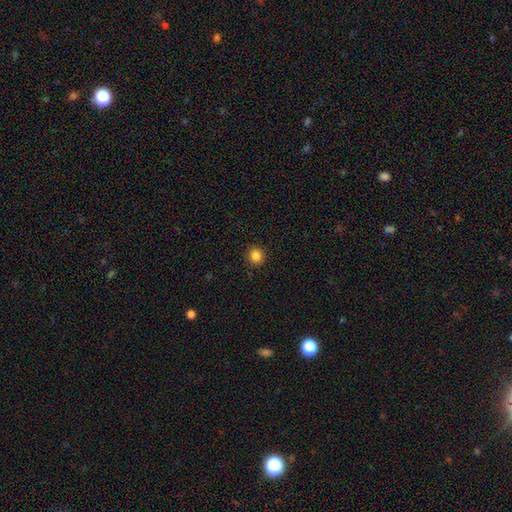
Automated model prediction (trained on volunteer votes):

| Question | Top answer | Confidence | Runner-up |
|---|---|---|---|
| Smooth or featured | smooth | 85% | star or artifact (11%) |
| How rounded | round | 88% | in between (11%) |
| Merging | none | 90% | minor disturbance (7%) |